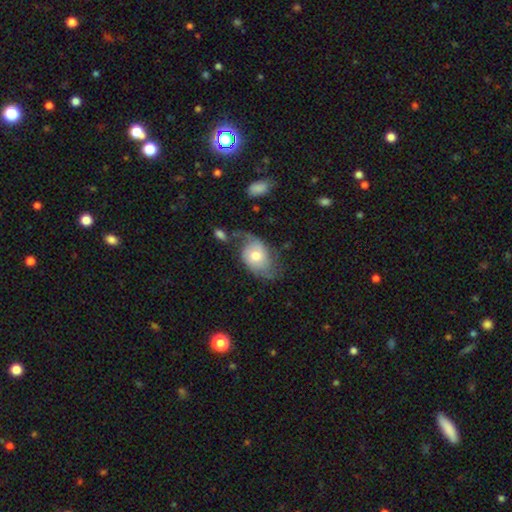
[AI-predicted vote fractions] featured or disk 55%, smooth 39%, star or artifact 7%. Down the decision tree: edge-on disk — no (95%); bar — no (75%); spiral arms — yes (81%); bulge size — moderate (65%); merging — none (43%).